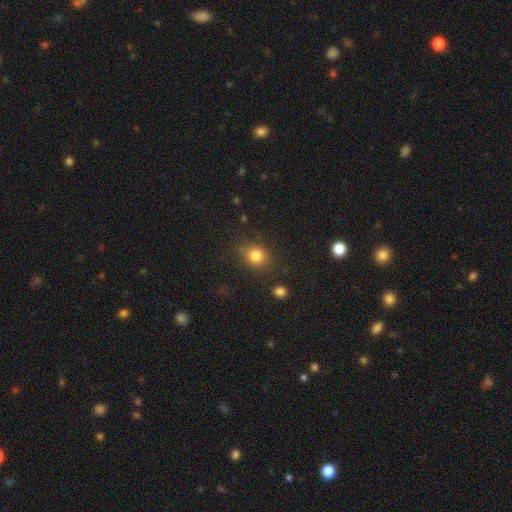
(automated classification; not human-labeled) A smooth galaxy with no disk features (82%) that is round (67%). Merging: none (81%).